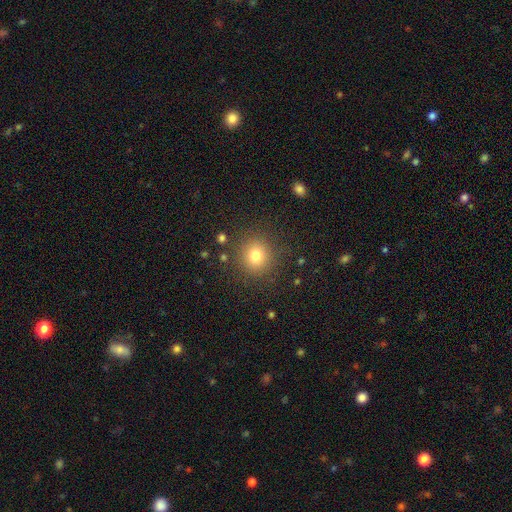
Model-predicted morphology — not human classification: Smooth or featured? smooth (77%)
How rounded? round (90%)
Merging? none (87%)